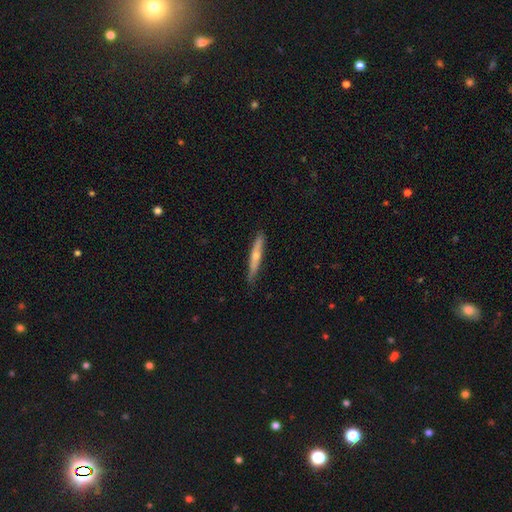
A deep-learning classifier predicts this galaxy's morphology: Smooth or featured: featured or disk — 48% (smooth — 46%)
Merging: none — 87% (minor disturbance — 11%)